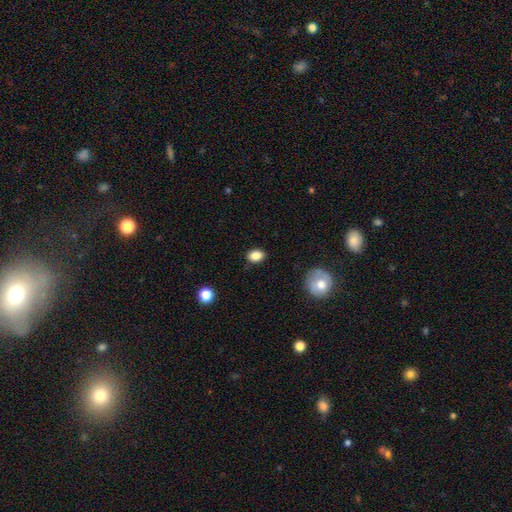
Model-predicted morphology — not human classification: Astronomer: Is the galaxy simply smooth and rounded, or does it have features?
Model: smooth — 85%.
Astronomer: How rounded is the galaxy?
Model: in between — 69%.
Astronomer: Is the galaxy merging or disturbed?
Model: none — 86%.